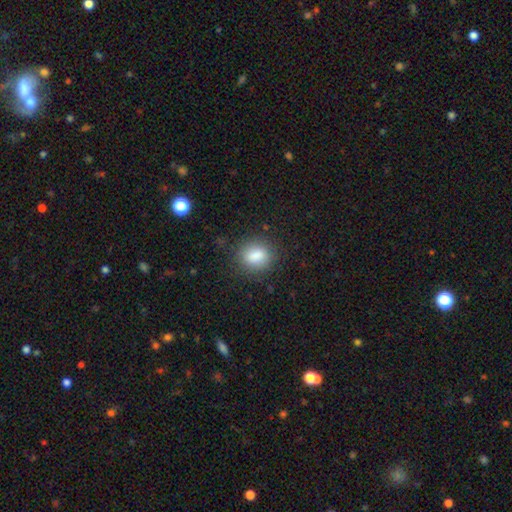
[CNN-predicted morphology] Overall: smooth (85%). How rounded: round (54%; in between 45%). Merging: none (82%).